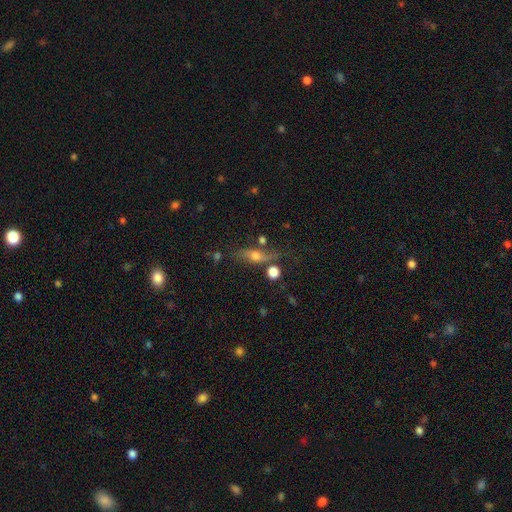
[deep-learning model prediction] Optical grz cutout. It shows a featured or disk galaxy (45%). Merging: none (62%).